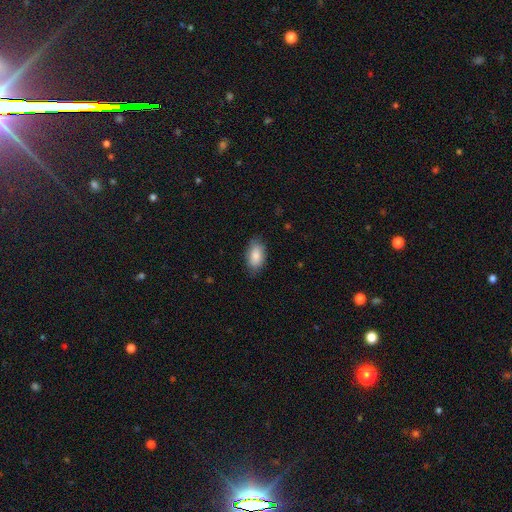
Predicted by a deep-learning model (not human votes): Smooth or featured? smooth (86%)
How rounded? in between (93%)
Merging? none (81%)